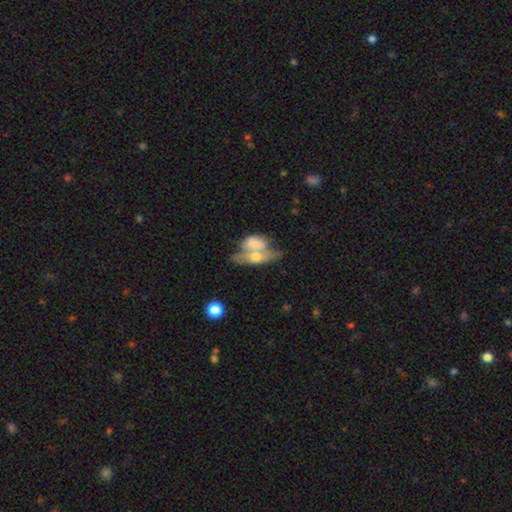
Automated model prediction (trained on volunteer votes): Smooth or featured?
  - smooth: 48% *
  - featured or disk: 44%
  - star or artifact: 8%
Merging?
  - merger: 64% *
  - none: 20%
  - minor disturbance: 9%
  - major disturbance: 7%